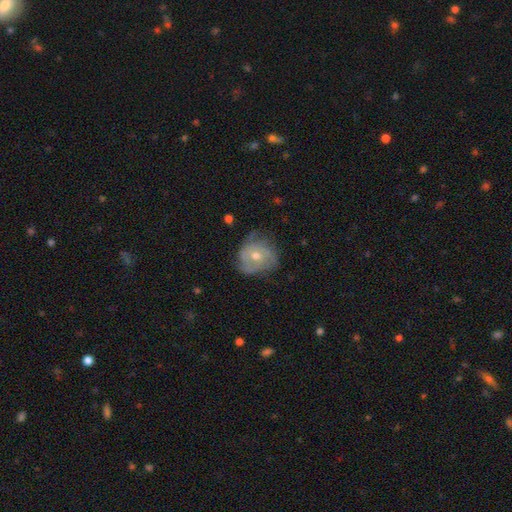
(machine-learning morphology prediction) This is likely a featured or disk galaxy (68%). It is clearly not viewed edge-on (97%). Bar: likely no (77%). Spiral arm pattern: clearly yes (82%). Spiral arm count: marginally can't tell (36%). Spiral winding: possibly tight (57%). Central bulge: likely moderate (63%). Merging: likely none (65%).